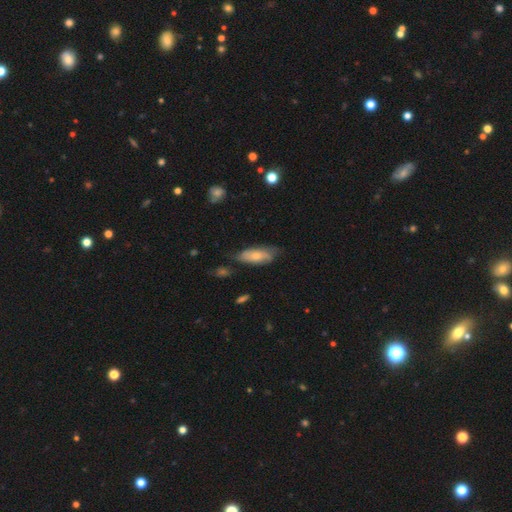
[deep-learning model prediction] Smooth or featured? smooth (58%)
How rounded? in between (77%)
Merging? none (59%)